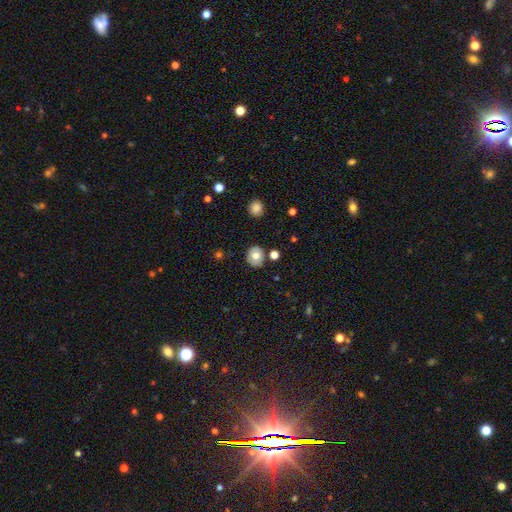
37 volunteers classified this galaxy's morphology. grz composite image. It shows a smooth galaxy with no disk features (78%) that is round (90%). Merging: none (94%).